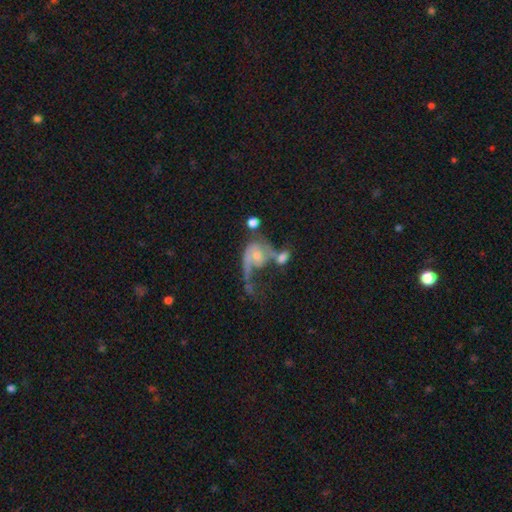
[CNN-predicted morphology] Smooth or featured? featured or disk (64%)
Edge-on disk? no (96%)
Bar? no (69%)
Spiral arms? yes (75%)
Bulge size? small (52%)
Merging? major disturbance (38%)